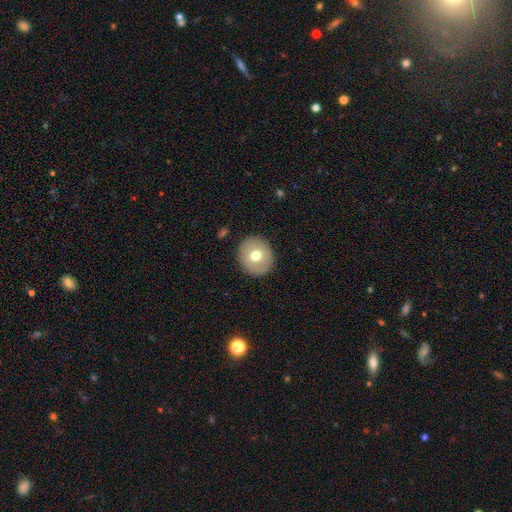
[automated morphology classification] Smooth or featured? smooth (65%)
How rounded? round (85%)
Merging? none (89%)